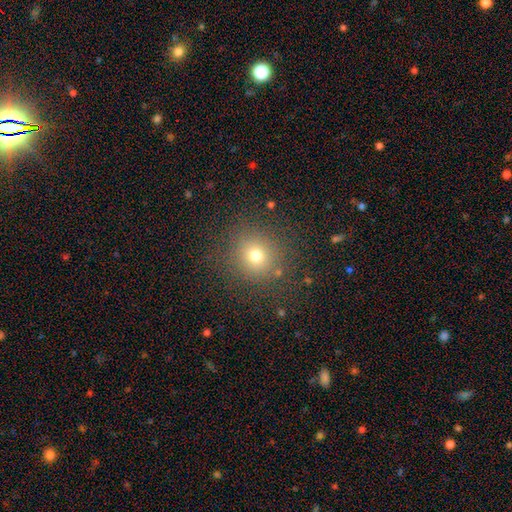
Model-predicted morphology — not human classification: smooth 71%, star or artifact 19%, featured or disk 10%. Down the decision tree: how rounded — round (92%); merging — none (85%).